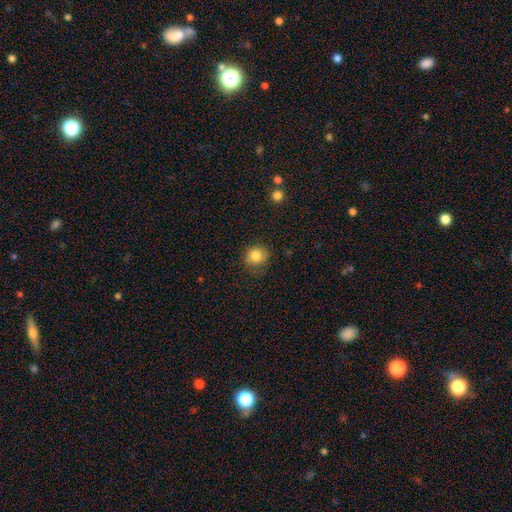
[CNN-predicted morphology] smooth 83%, star or artifact 11%, featured or disk 7%. Down the decision tree: how rounded — round (86%); merging — none (79%).